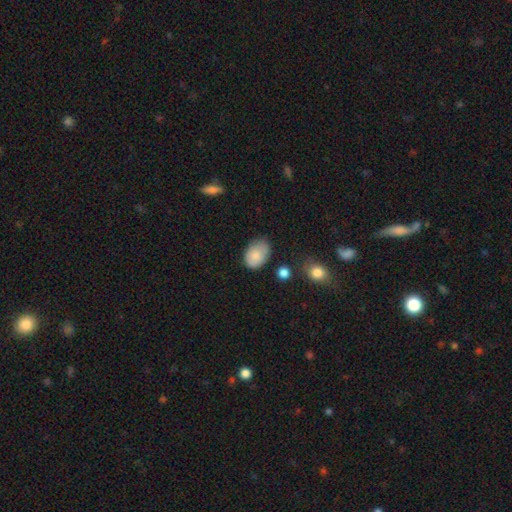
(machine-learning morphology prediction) Overall: smooth (84%). How rounded: in between (83%). Merging: none (65%; minor disturbance 26%).